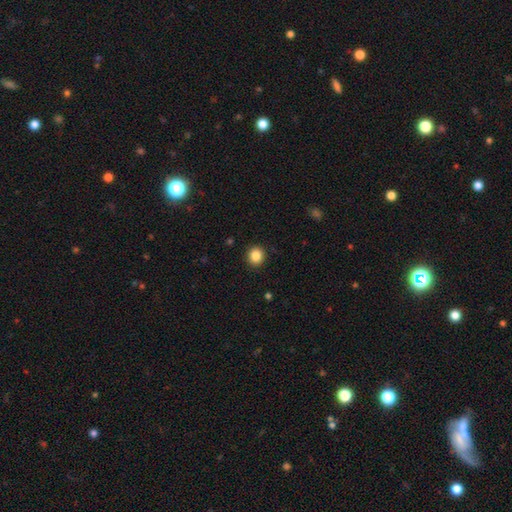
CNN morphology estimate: type=smooth (86%); roundness=round (86%); merging=none (92%).